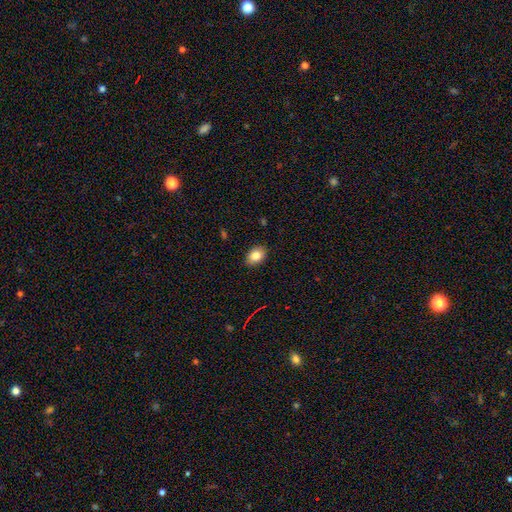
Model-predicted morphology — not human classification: The model was most divided on "how rounded": in between: 78%, round: 21%, cigar-shaped: 1%. More confident: merging — none (88%); smooth or featured — smooth (84%).